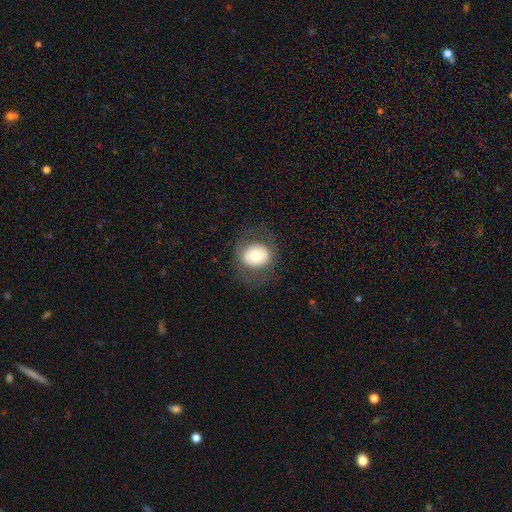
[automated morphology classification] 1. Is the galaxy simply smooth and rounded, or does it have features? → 60% smooth, 31% featured or disk, 9% star or artifact.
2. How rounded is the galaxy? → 77% round, 22% in between, 1% cigar-shaped.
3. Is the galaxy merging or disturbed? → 78% none, 11% minor disturbance, 9% major disturbance, 1% merger.